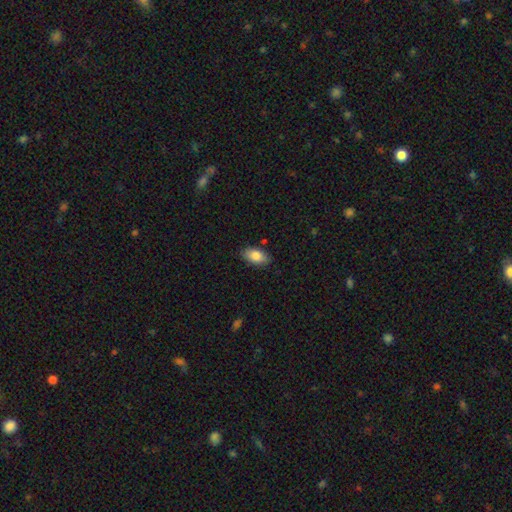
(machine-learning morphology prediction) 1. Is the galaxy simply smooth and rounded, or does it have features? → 85% smooth, 9% featured or disk, 7% star or artifact.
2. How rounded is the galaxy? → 93% in between, 4% round, 4% cigar-shaped.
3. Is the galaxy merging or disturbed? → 84% none, 12% minor disturbance, 2% major disturbance, 1% merger.